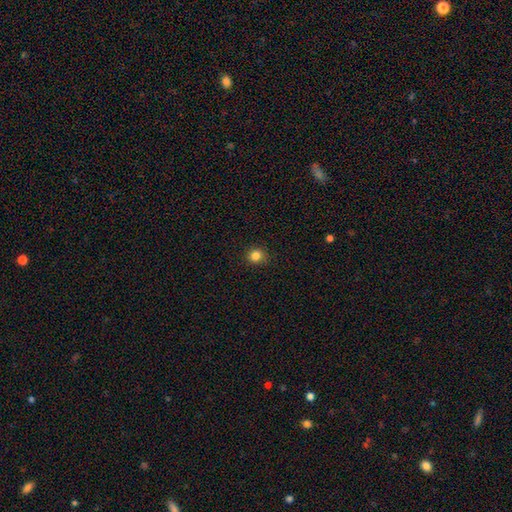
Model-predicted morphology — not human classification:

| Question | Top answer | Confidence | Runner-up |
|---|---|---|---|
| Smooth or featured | smooth | 84% | star or artifact (12%) |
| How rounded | round | 90% | in between (9%) |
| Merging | none | 89% | minor disturbance (8%) |